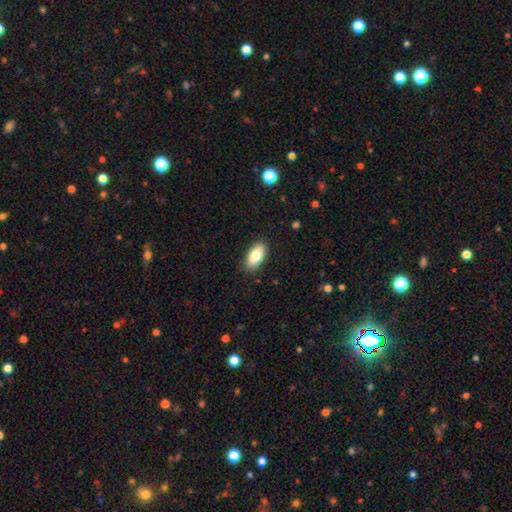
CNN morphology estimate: smooth 83%, featured or disk 10%, star or artifact 7%. Down the decision tree: how rounded — in between (90%); merging — none (88%).